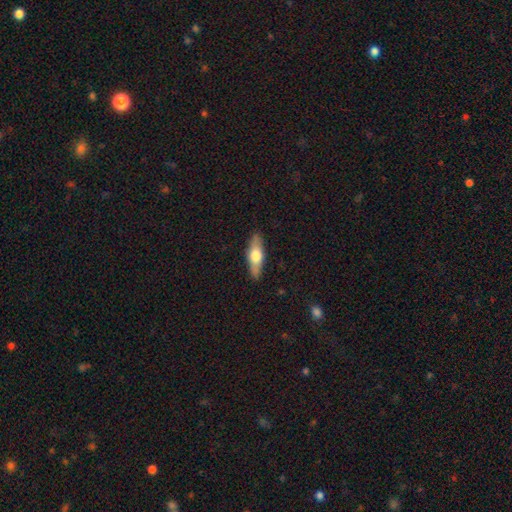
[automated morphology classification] A smooth galaxy with no disk features (51%) that is cigar-shaped (49%). Merging: none (88%).